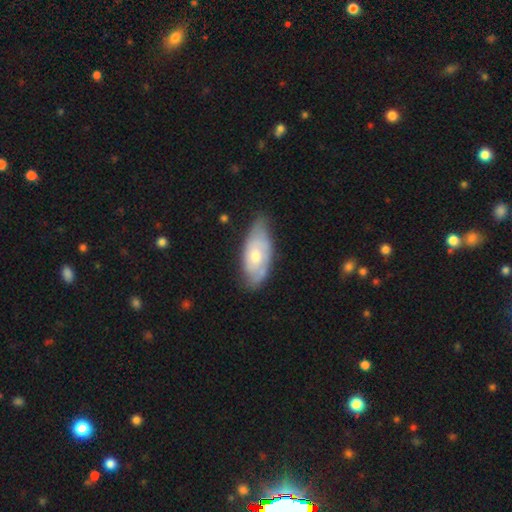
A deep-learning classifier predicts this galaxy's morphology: Smooth or featured: featured or disk — 55% (smooth — 40%)
Edge-on disk: no — 88% (yes — 12%)
Merging: none — 62% (minor disturbance — 30%)